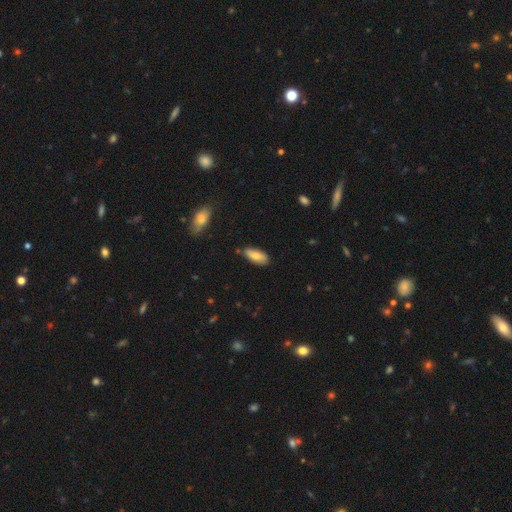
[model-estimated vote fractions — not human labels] Q: Smooth or featured?
A: smooth (78%); runner-up: featured or disk (15%)
Q: How rounded?
A: in between (84%); runner-up: cigar-shaped (14%)
Q: Merging?
A: none (79%); runner-up: minor disturbance (16%)